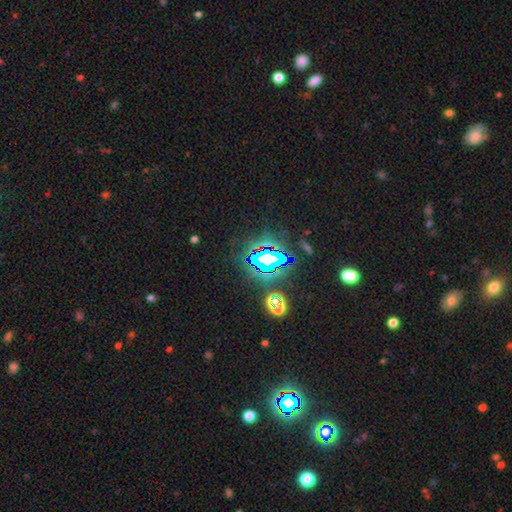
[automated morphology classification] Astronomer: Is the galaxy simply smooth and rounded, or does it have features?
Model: star or artifact — 80%.